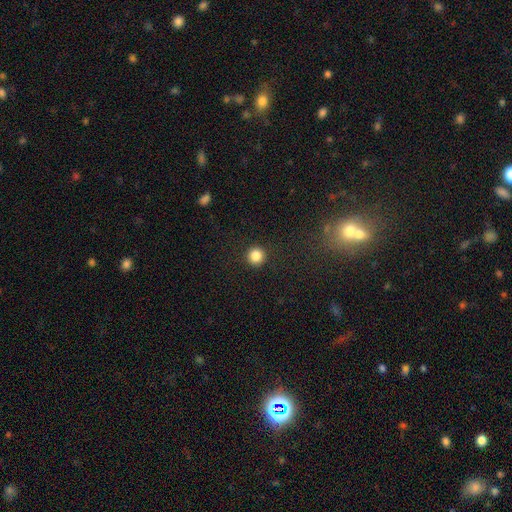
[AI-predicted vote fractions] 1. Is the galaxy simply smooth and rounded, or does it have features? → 85% smooth, 11% star or artifact, 4% featured or disk.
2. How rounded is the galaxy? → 95% round, 4% in between, 1% cigar-shaped.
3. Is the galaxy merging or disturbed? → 92% none, 5% minor disturbance, 2% major disturbance, 1% merger.